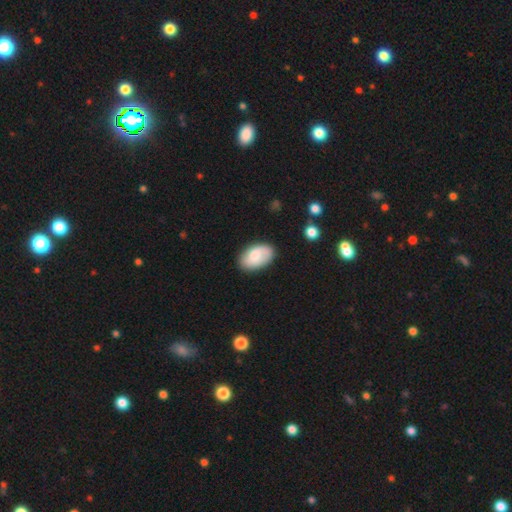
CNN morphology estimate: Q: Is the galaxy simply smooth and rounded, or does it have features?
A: smooth — 73%.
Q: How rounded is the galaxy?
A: in between — 93%.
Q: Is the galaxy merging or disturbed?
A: none — 79%.